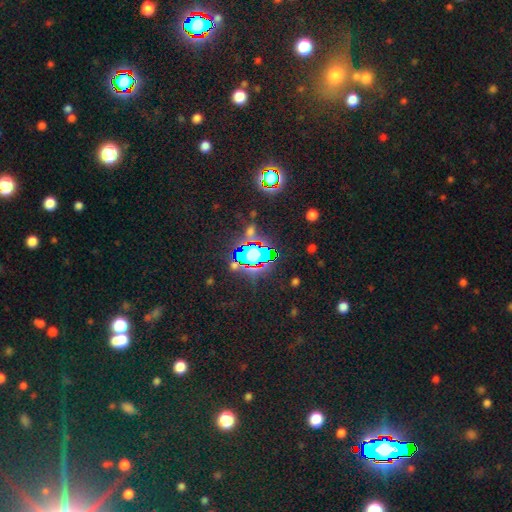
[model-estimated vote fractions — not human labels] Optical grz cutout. It shows a star or artifact, not a galaxy (81%).